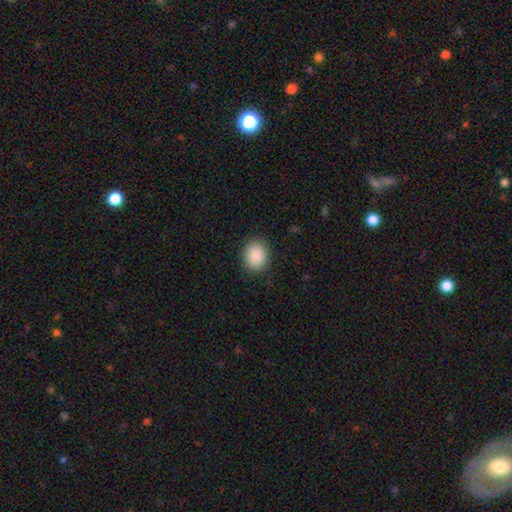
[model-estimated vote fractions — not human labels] The model was most divided on "how rounded": round: 50%, in between: 49%, cigar-shaped: 1%. More confident: merging — none (88%); smooth or featured — smooth (88%).